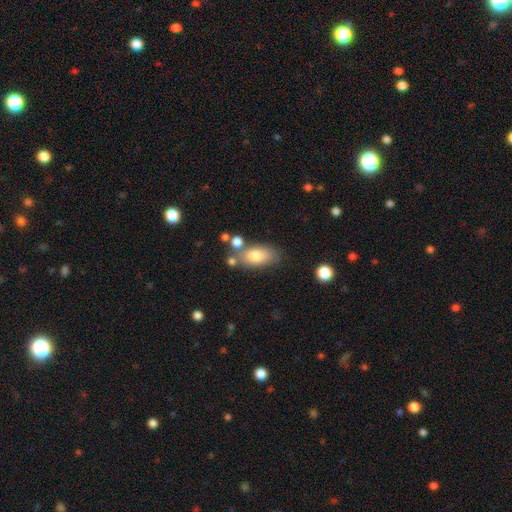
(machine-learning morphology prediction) Q: Smooth or featured?
A: smooth (79%); runner-up: featured or disk (14%)
Q: How rounded?
A: in between (88%); runner-up: cigar-shaped (7%)
Q: Merging?
A: none (65%); runner-up: minor disturbance (16%)